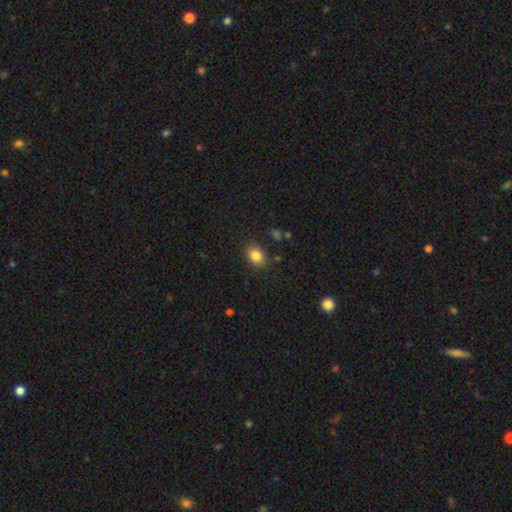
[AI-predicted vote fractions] smooth-or-featured: smooth: 84% | star or artifact: 10% | featured or disk: 6%
  how-rounded: in between: 72% | round: 27% | cigar-shaped: 1%
  merging: none: 84% | minor disturbance: 11% | major disturbance: 3% | merger: 2%